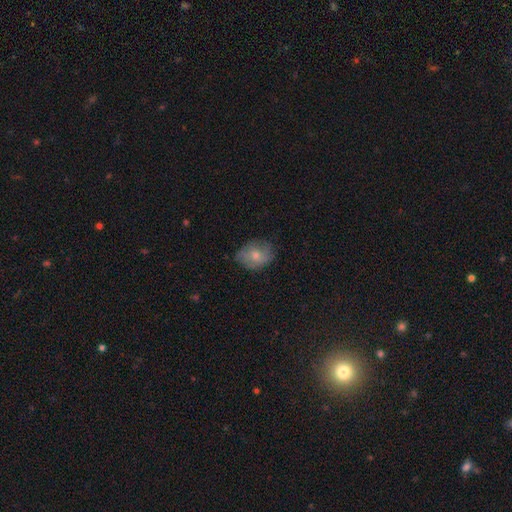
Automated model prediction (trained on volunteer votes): Smooth or featured: smooth — 65% (featured or disk — 27%)
How rounded: in between — 57% (round — 42%)
Merging: none — 67% (minor disturbance — 25%)